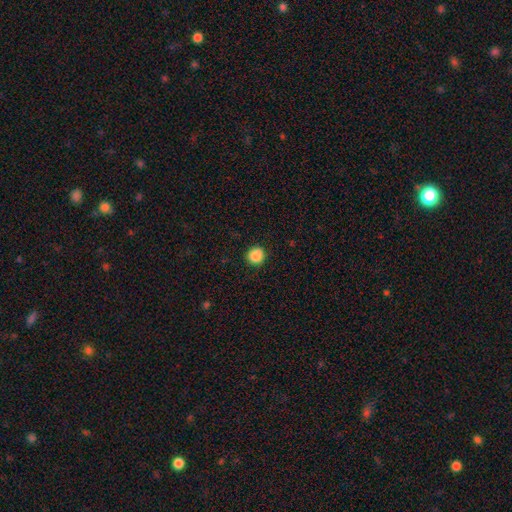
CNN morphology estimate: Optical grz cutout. It shows a smooth galaxy with no disk features (87%) that is round (88%). Merging: none (89%).